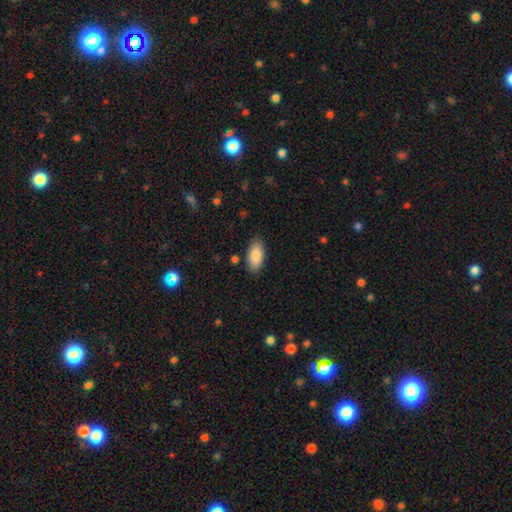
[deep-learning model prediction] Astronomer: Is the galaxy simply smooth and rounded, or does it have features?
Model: smooth — 88%.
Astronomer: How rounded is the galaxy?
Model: in between — 93%.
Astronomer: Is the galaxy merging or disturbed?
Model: none — 85%.